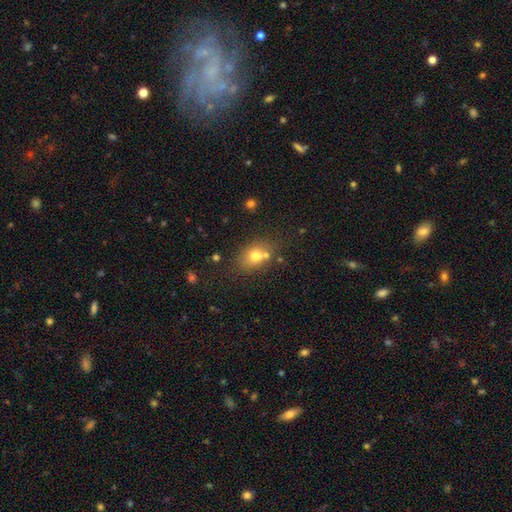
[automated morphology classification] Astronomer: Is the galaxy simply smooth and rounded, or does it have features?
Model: smooth — 70%.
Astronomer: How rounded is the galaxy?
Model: in between — 59% (runner-up: round, 39%).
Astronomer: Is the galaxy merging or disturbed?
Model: none — 56%.